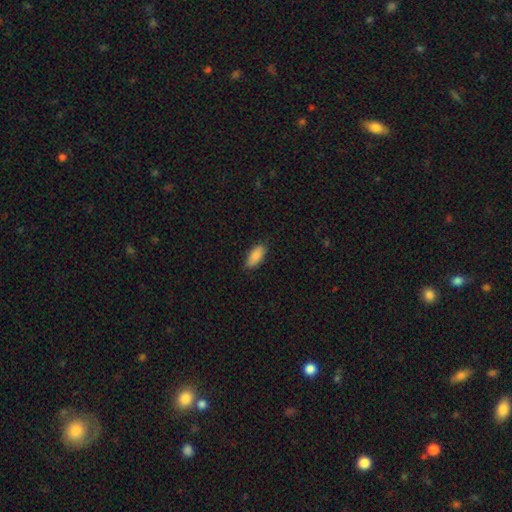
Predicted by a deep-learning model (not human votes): A smooth galaxy with no disk features (88%) that is in between round and cigar-shaped (85%). Merging: none (85%).